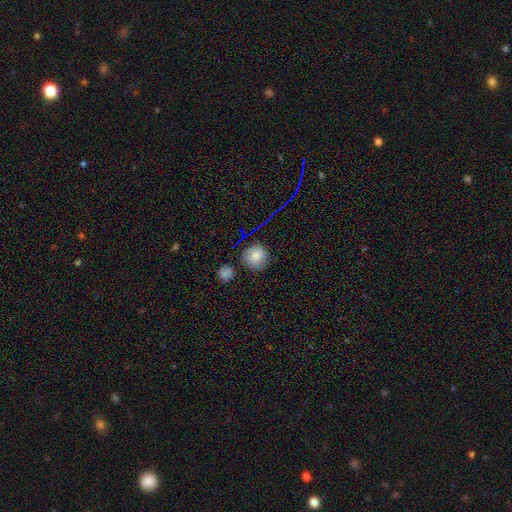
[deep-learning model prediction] Morphology: type=smooth (80%); roundness=round (92%); merging=none (83%).